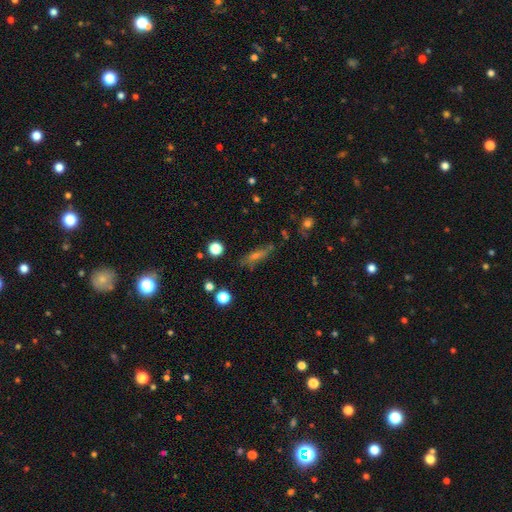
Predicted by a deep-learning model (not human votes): featured or disk 40%, smooth 37%, star or artifact 22%. Down the decision tree: merging — none (70%).